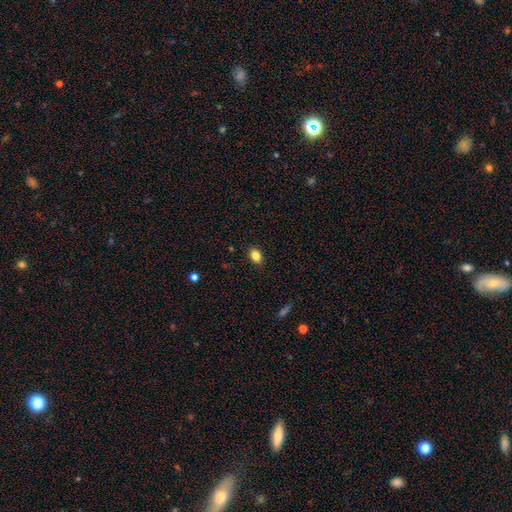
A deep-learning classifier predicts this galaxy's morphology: Smooth or featured? smooth (84%)
How rounded? in between (79%)
Merging? none (88%)